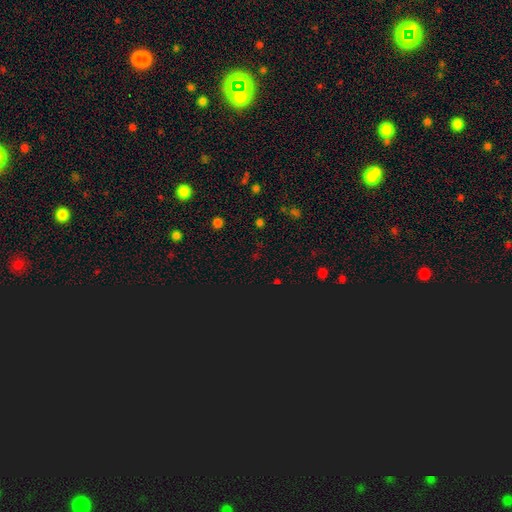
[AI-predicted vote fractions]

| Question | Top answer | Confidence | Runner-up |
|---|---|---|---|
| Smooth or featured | star or artifact | 64% | smooth (30%) |